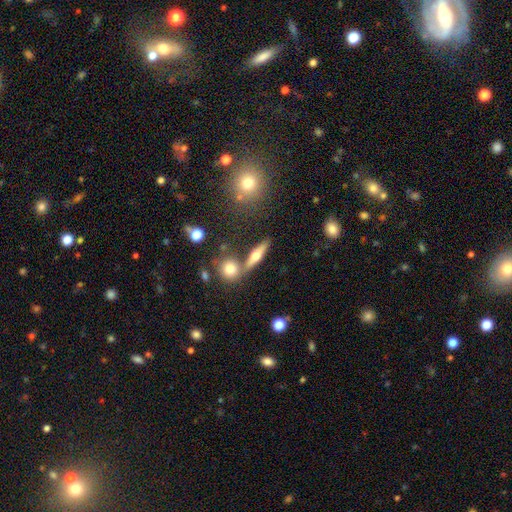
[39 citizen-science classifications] Smooth or featured? 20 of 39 (51%) said featured or disk. Edge-on disk? 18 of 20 (90%) said yes. Edge-on bulge? 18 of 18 (100%) said rounded. Merging? 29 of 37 (78%) said none.